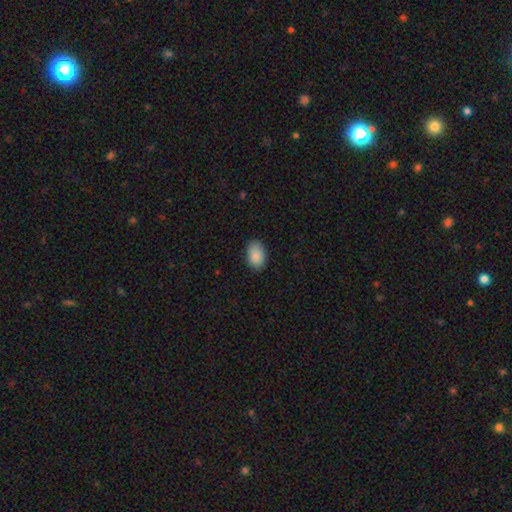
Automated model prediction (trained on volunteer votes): This is clearly a smooth galaxy (89%). How rounded: clearly in between (90%). Merging: clearly none (86%).